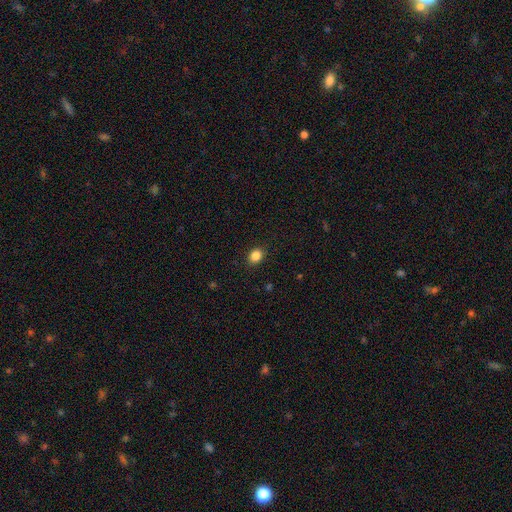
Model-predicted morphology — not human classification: A smooth galaxy with no disk features (86%) that is in between round and cigar-shaped (53%).

Vote fractions:
- Smooth or featured? smooth: 86% / star or artifact: 10% / featured or disk: 4%
- How rounded? in between: 53% / round: 46% / cigar-shaped: 1%
- Merging? none: 90% / minor disturbance: 7% / major disturbance: 2% / merger: 1%